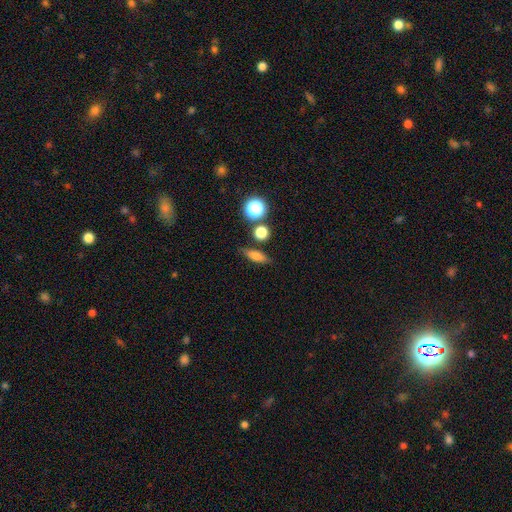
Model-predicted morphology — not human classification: type=smooth (70%); roundness=in between (45%); merging=none (78%).